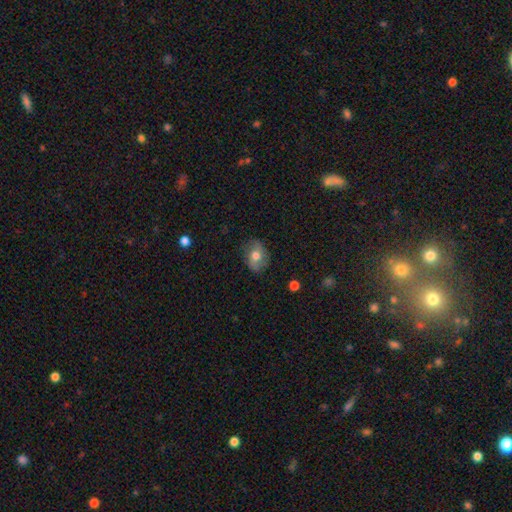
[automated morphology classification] Smooth or featured: smooth — 66% (featured or disk — 25%)
How rounded: in between — 60% (round — 39%)
Merging: none — 78% (minor disturbance — 16%)